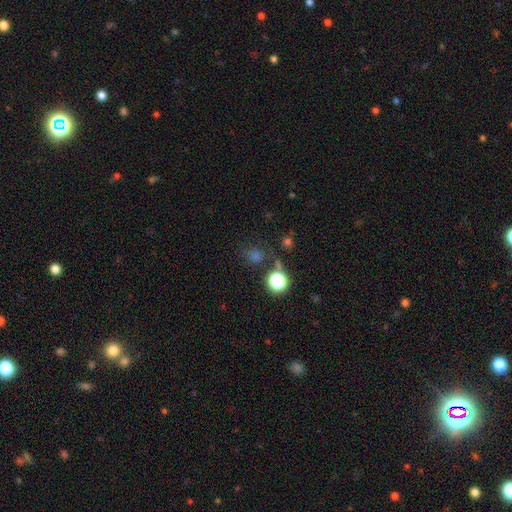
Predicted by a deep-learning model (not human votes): Morphology: type=smooth (56%); roundness=round (82%); merging=none (75%).